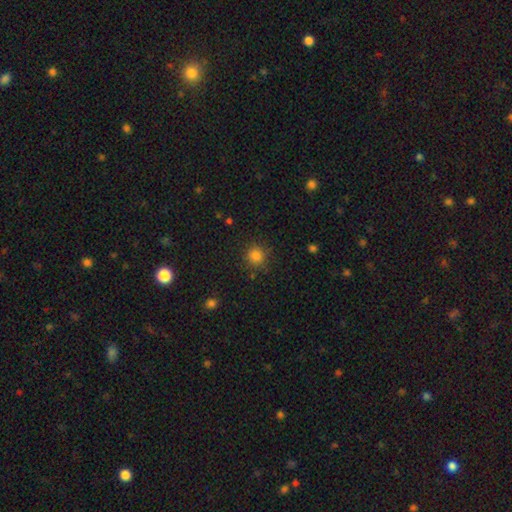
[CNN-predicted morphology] Q: Smooth or featured?
A: smooth (84%); runner-up: star or artifact (12%)
Q: How rounded?
A: round (92%); runner-up: in between (7%)
Q: Merging?
A: none (83%); runner-up: minor disturbance (12%)